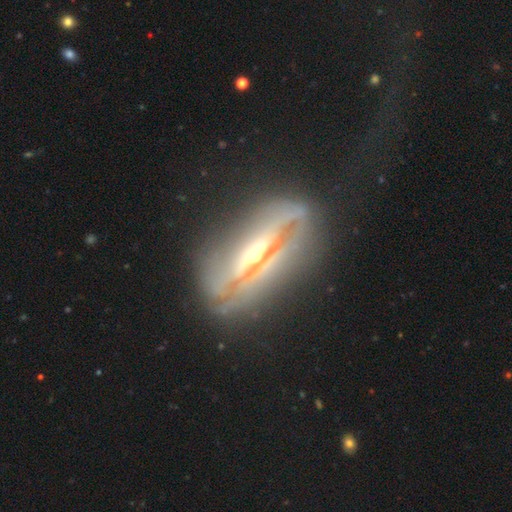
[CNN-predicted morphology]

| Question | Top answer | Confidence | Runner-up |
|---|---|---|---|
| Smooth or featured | featured or disk | 82% | smooth (11%) |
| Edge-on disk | yes | 64% | no (36%) |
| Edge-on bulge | rounded | 82% | none (12%) |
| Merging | none | 61% | minor disturbance (19%) |